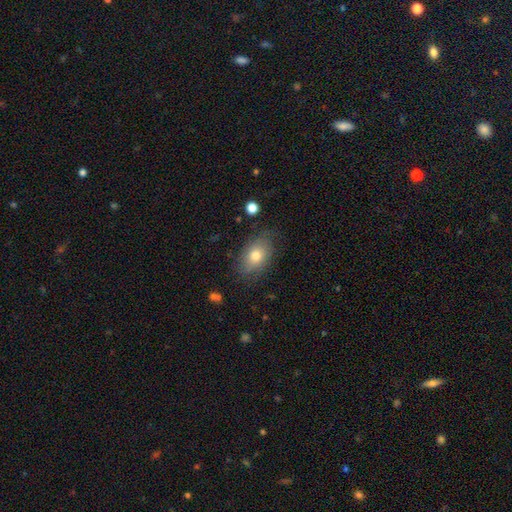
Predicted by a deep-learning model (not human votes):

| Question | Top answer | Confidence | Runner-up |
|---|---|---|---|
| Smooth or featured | smooth | 74% | featured or disk (17%) |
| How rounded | in between | 80% | round (18%) |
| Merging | none | 76% | minor disturbance (17%) |